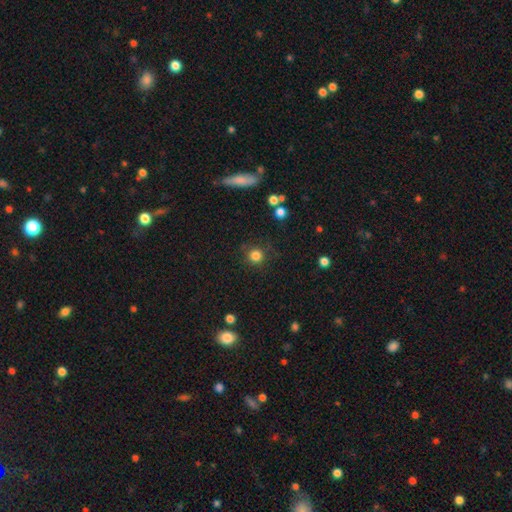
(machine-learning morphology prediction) smooth_or_featured: smooth (p=0.82) [alt: star or artifact p=0.13]
how_rounded: round (p=0.94) [alt: in between p=0.05]
merging: none (p=0.84) [alt: minor disturbance p=0.09]